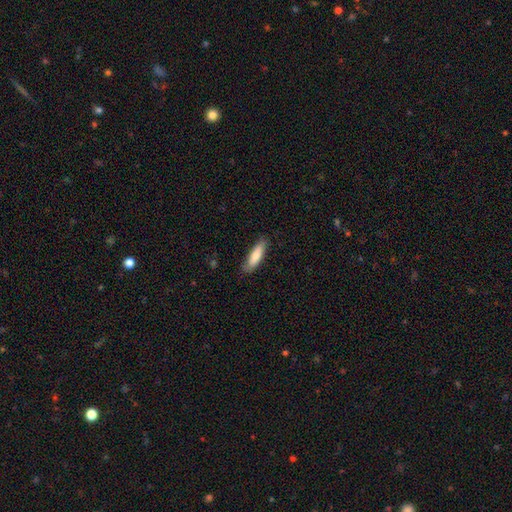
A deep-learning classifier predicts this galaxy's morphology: Smooth or featured? Predicted: smooth (p=0.77). How rounded? Predicted: cigar-shaped (p=0.57). Merging? Predicted: none (p=0.77).